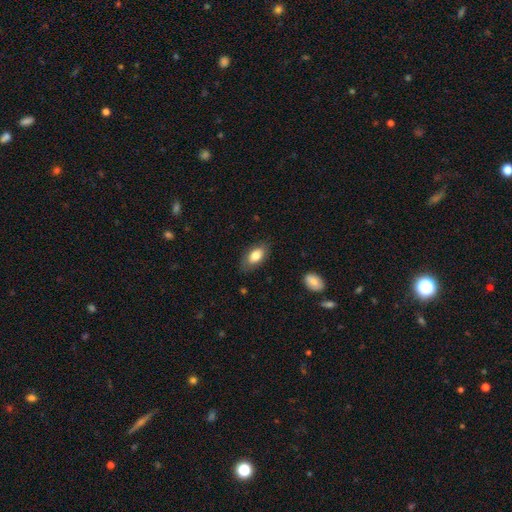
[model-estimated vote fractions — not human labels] Q: Smooth or featured?
A: smooth (80%); runner-up: featured or disk (14%)
Q: How rounded?
A: in between (91%); runner-up: round (5%)
Q: Merging?
A: none (78%); runner-up: minor disturbance (17%)